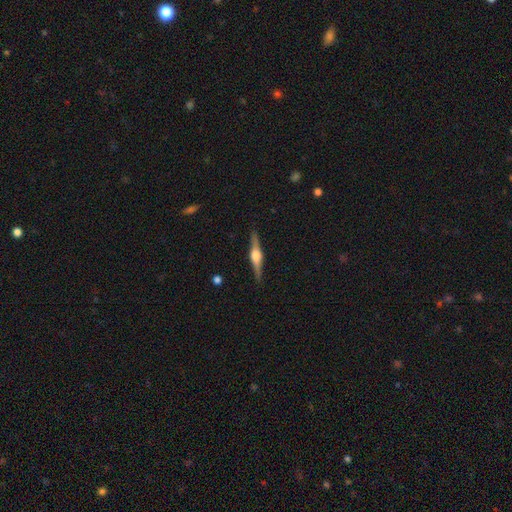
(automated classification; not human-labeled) Smooth or featured? featured or disk (81%)
Edge-on disk? yes (98%)
Edge-on bulge? rounded (91%)
Merging? none (91%)